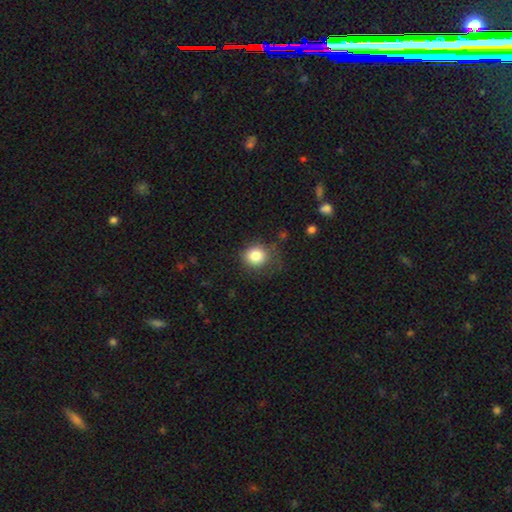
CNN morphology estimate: Q: Smooth or featured?
A: smooth (83%); runner-up: star or artifact (10%)
Q: How rounded?
A: round (82%); runner-up: in between (17%)
Q: Merging?
A: none (68%); runner-up: minor disturbance (21%)